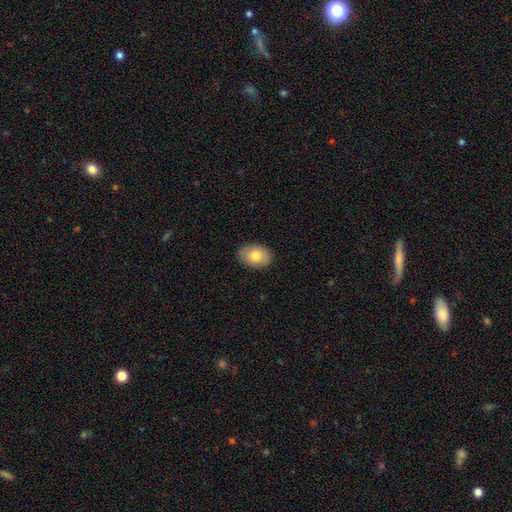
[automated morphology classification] This appears to be a smooth galaxy with no disk features (80%) that is in between round and cigar-shaped (84%). Merging: none (88%).